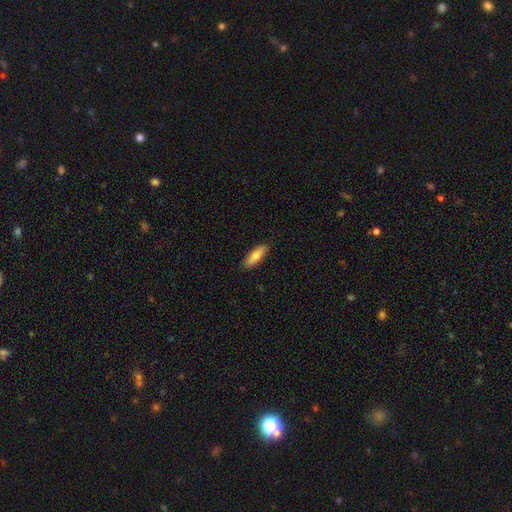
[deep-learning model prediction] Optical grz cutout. It shows a smooth galaxy with no disk features (72%) that is in between round and cigar-shaped (58%). Merging: none (88%).